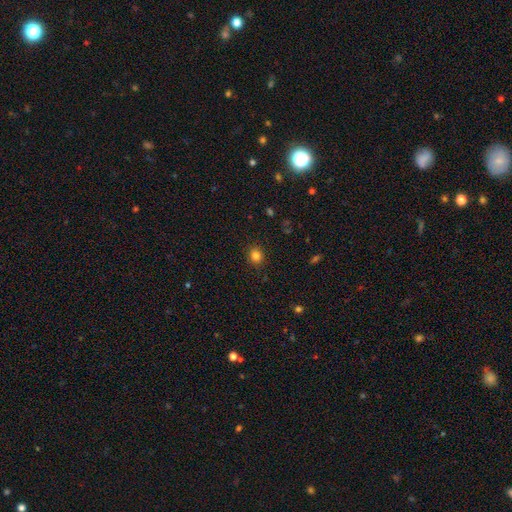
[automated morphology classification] Smooth or featured? Predicted: smooth (p=0.83). How rounded? Predicted: round (p=0.81). Merging? Predicted: none (p=0.90).